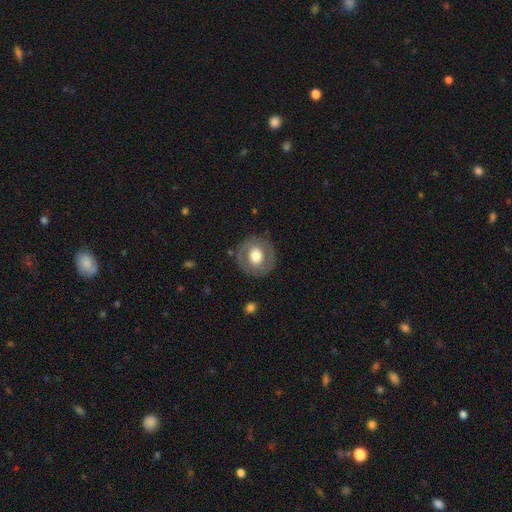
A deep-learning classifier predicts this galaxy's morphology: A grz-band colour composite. It shows a smooth galaxy with no disk features (52%) that is round (87%). Merging: none (84%).